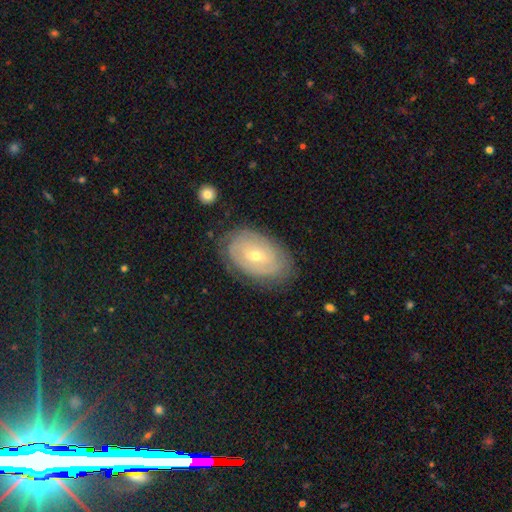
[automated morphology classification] featured or disk 71%, smooth 23%, star or artifact 7%. Down the decision tree: edge-on disk — no (94%); bar — weak (50%); spiral arms — yes (76%); spiral arm count — can't tell (53%); spiral winding — tight (74%); bulge size — small (58%); merging — none (79%).